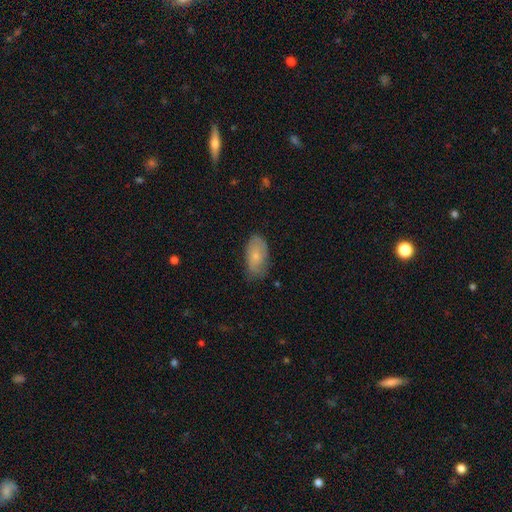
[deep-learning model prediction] The model was most divided on "smooth or featured": smooth: 69%, featured or disk: 25%, star or artifact: 6%. More confident: how rounded — in between (92%); merging — none (70%).